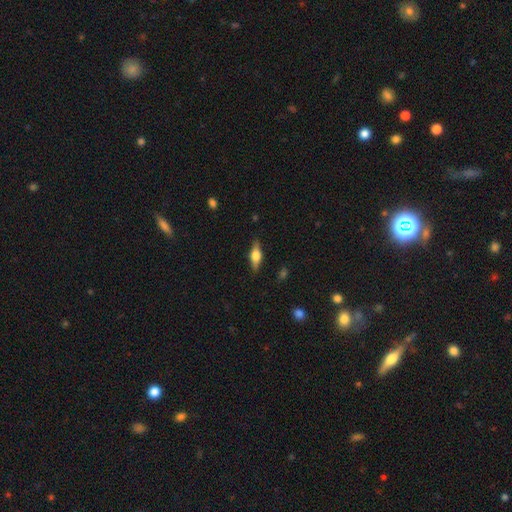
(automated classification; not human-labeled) Smooth or featured?
  - featured or disk: 52% *
  - smooth: 42%
  - star or artifact: 7%
Edge-on disk?
  - yes: 93% *
  - no: 7%
Merging?
  - none: 86% *
  - minor disturbance: 10%
  - major disturbance: 2%
  - merger: 1%